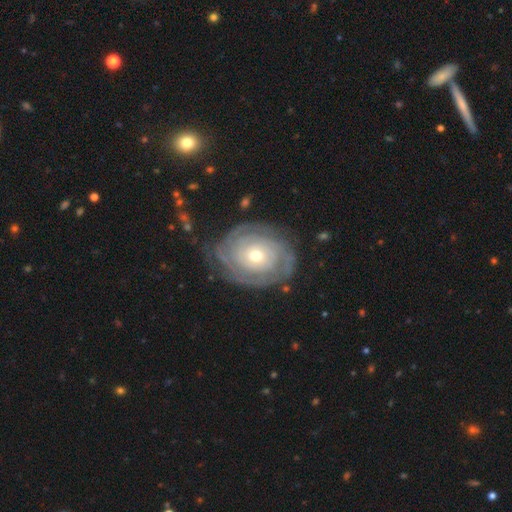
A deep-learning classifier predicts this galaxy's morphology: A featured or disk galaxy (87%) with no bar (80%), tight (83%) spiral arms (95%) and a moderate central bulge (56%).

Vote fractions:
- Smooth or featured? featured or disk: 87% / smooth: 8% / star or artifact: 5%
- Edge-on disk? no: 97% / yes: 3%
- Bar? no: 80% / weak: 15% / strong: 5%
- Spiral arms? yes: 95% / no: 5%
- Spiral winding? tight: 83% / medium: 13% / loose: 3%
- Spiral arm count? can't tell: 32% / 2: 22% / 3: 20% / 4: 12% / more than 4: 7% / 1: 6%
- Bulge size? moderate: 56% / small: 40% / large: 3% / dominant: 1% / none: 1%
- Merging? none: 74% / minor disturbance: 17% / major disturbance: 8% / merger: 2%